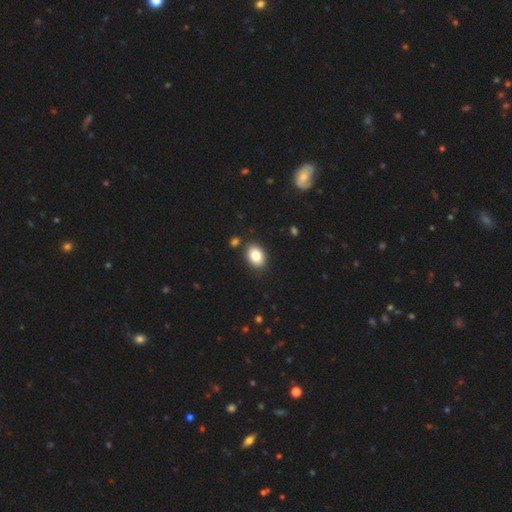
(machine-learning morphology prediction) Overall: smooth (83%). How rounded: in between (80%). Merging: none (85%).